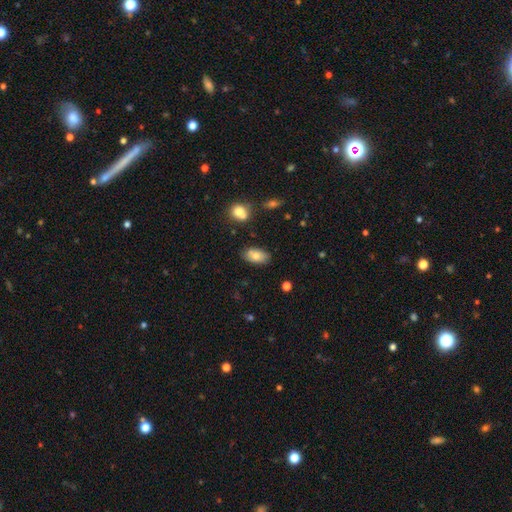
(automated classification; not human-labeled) Smooth or featured? Predicted: smooth (p=0.77). How rounded? Predicted: in between (p=0.92). Merging? Predicted: none (p=0.79).